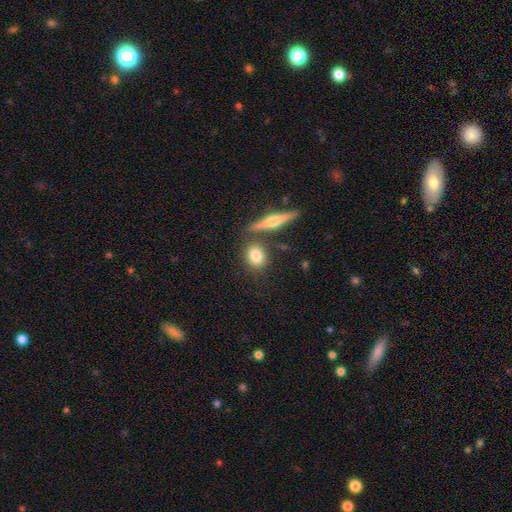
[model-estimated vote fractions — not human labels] This is likely a smooth galaxy (77%). How rounded: possibly in between (52%). Merging: likely none (72%).